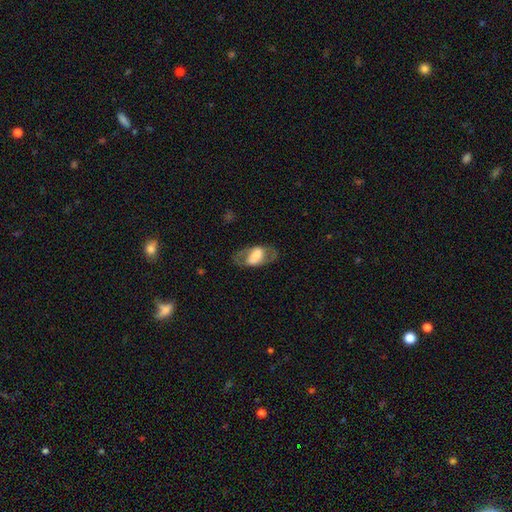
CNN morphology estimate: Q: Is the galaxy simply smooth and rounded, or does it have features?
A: featured or disk — 48%.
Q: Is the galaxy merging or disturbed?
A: none — 67%.